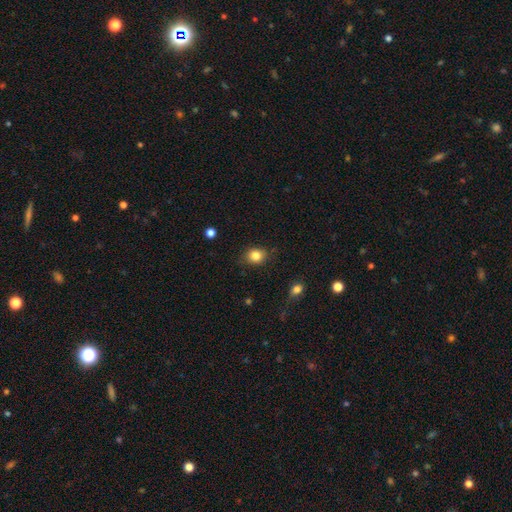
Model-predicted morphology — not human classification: smooth 83%, star or artifact 10%, featured or disk 7%. Down the decision tree: how rounded — round (64%); merging — none (81%).